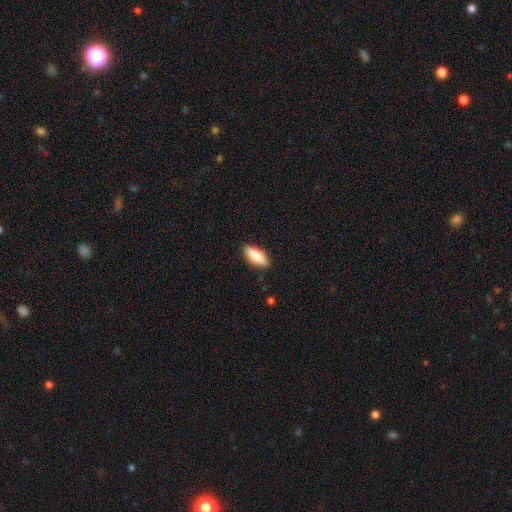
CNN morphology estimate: This is clearly a smooth galaxy (83%). How rounded: clearly in between (82%). Merging: clearly none (88%).